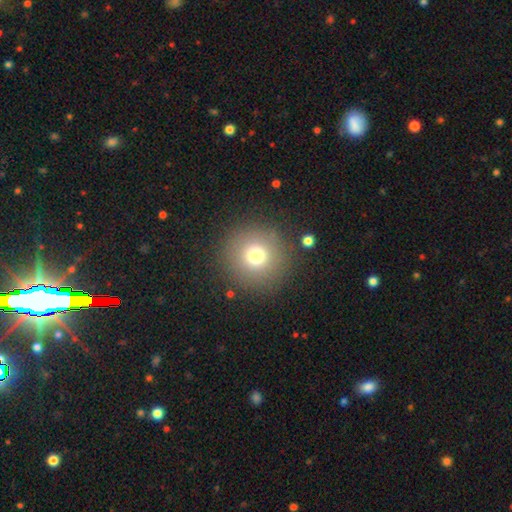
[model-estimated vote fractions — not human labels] smooth-or-featured: smooth: 74% | star or artifact: 15% | featured or disk: 11%
  how-rounded: round: 96% | in between: 3% | cigar-shaped: 1%
  merging: none: 88% | minor disturbance: 7% | major disturbance: 4% | merger: 2%